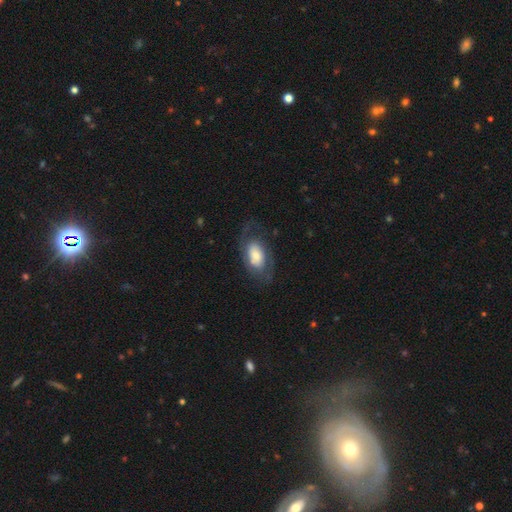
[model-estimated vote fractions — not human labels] smooth_or_featured: featured or disk (p=0.52) [alt: smooth p=0.42]
disk_edge_on: no (p=0.94) [alt: yes p=0.06]
merging: none (p=0.58) [alt: minor disturbance p=0.21]